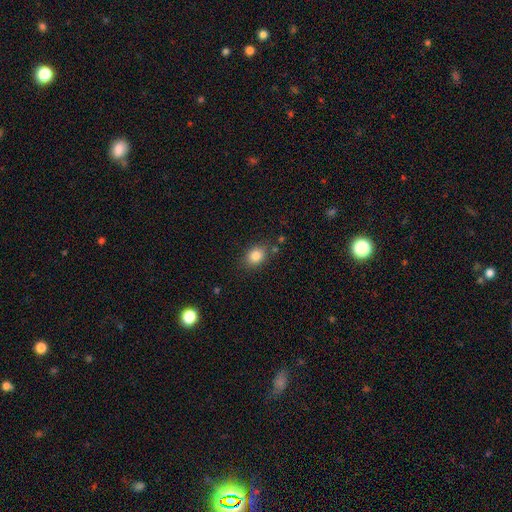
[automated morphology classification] Smooth or featured? smooth (84%)
How rounded? in between (53%)
Merging? none (79%)